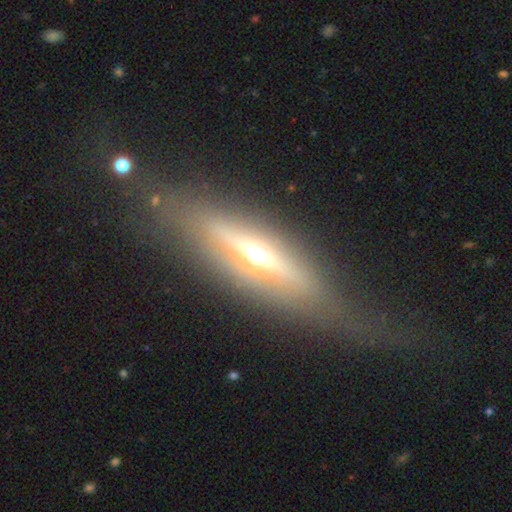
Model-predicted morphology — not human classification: Q: Smooth or featured?
A: featured or disk (57%); runner-up: smooth (33%)
Q: Edge-on disk?
A: yes (79%); runner-up: no (21%)
Q: Merging?
A: none (78%); runner-up: minor disturbance (13%)